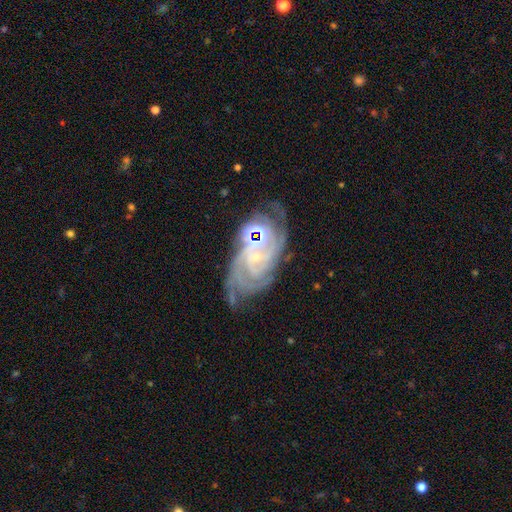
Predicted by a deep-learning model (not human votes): Smooth or featured: featured or disk — 87% (star or artifact — 8%)
Edge-on disk: no — 96% (yes — 4%)
Bar: no — 55% (weak — 32%)
Spiral arms: yes — 98% (no — 2%)
Spiral winding: tight — 73% (medium — 23%)
Spiral arm count: 3 — 25% (4 — 23%)
Bulge size: small — 77% (moderate — 14%)
Merging: none — 61% (minor disturbance — 20%)